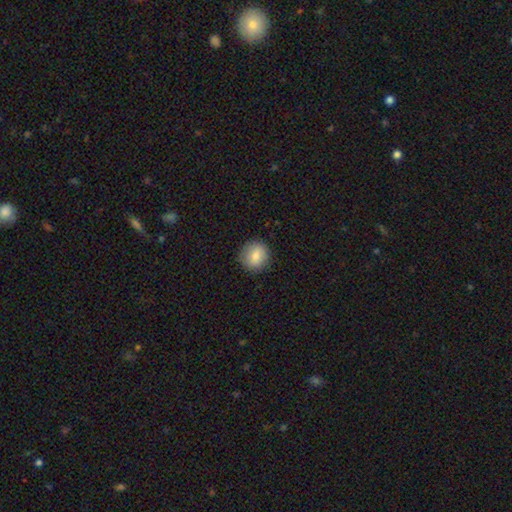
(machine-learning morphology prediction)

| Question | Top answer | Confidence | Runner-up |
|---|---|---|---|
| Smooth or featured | smooth | 81% | featured or disk (11%) |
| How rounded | round | 89% | in between (10%) |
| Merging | none | 87% | minor disturbance (9%) |